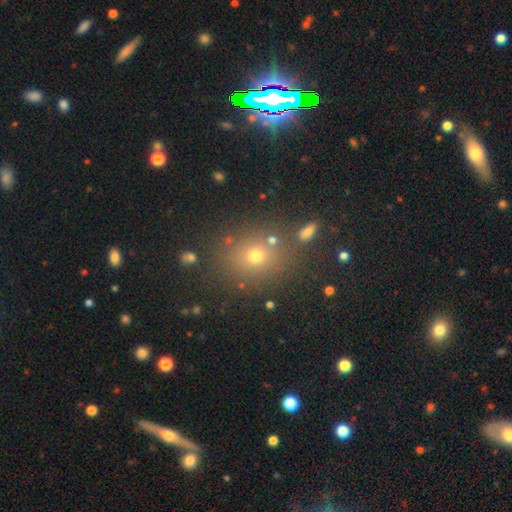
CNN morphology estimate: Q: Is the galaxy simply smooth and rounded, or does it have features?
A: smooth — 55%.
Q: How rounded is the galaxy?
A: round — 78%.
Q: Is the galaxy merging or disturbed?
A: none — 80%.